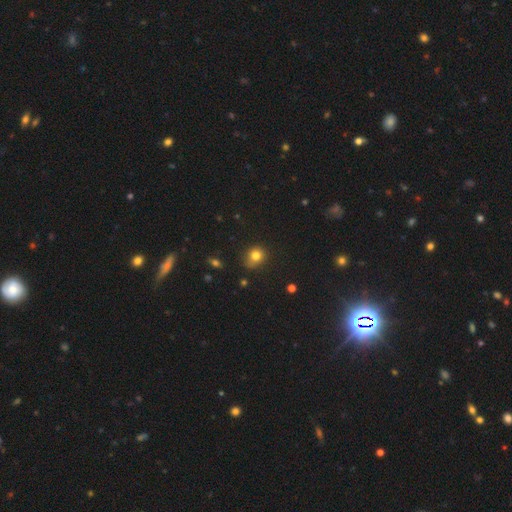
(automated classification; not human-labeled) A smooth galaxy with no disk features (79%) that is round (75%). Merging: none (66%).